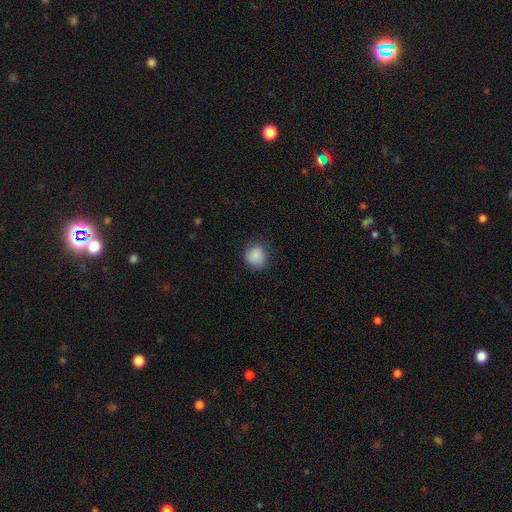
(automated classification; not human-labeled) smooth-or-featured: smooth: 87% | star or artifact: 8% | featured or disk: 5%
  how-rounded: round: 79% | in between: 20% | cigar-shaped: 1%
  merging: none: 76% | minor disturbance: 18% | major disturbance: 5% | merger: 1%